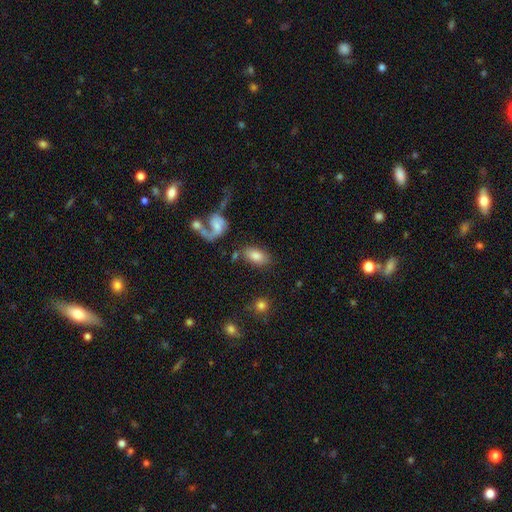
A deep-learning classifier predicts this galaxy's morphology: type=smooth (78%); roundness=in between (92%); merging=none (72%).